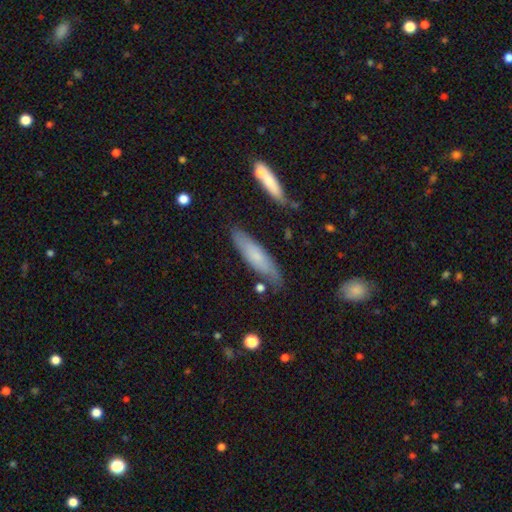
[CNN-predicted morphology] A smooth galaxy with no disk features (64%) that is cigar-shaped (70%).

Vote fractions:
- Smooth or featured? smooth: 64% / featured or disk: 30% / star or artifact: 6%
- How rounded? cigar-shaped: 70% / in between: 28% / round: 2%
- Merging? none: 75% / minor disturbance: 18% / merger: 4% / major disturbance: 4%